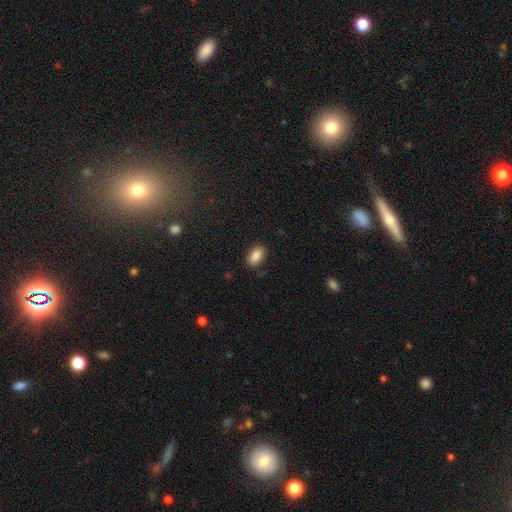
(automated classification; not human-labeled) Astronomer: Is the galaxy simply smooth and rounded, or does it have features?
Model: smooth — 88%.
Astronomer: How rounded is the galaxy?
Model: in between — 91%.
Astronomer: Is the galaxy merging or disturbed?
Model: none — 87%.